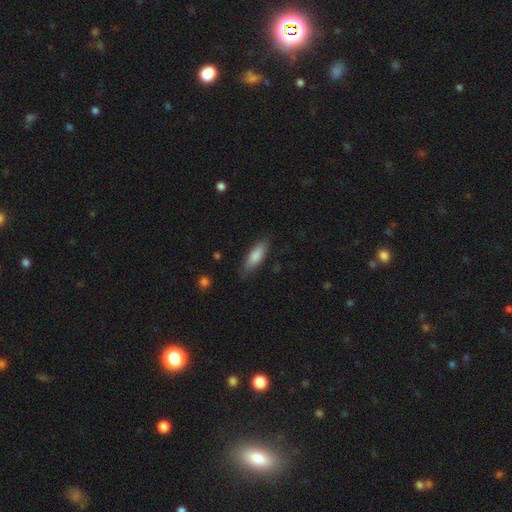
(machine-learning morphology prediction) Overall: smooth (82%). How rounded: in between (58%; cigar-shaped 40%). Merging: none (81%).